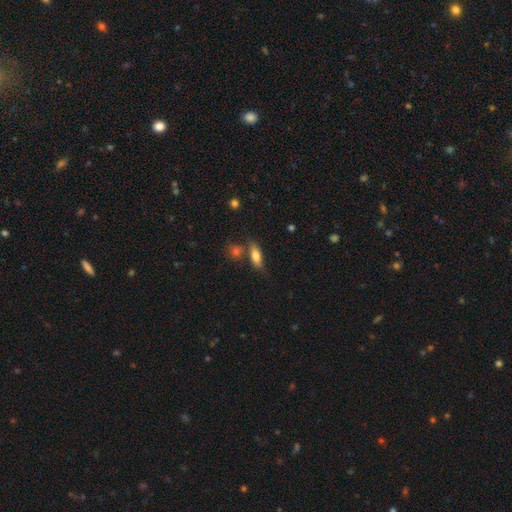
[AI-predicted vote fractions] smooth_or_featured: smooth (p=0.72) [alt: featured or disk p=0.21]
how_rounded: in between (p=0.65) [alt: cigar-shaped p=0.31]
merging: none (p=0.65) [alt: minor disturbance p=0.16]